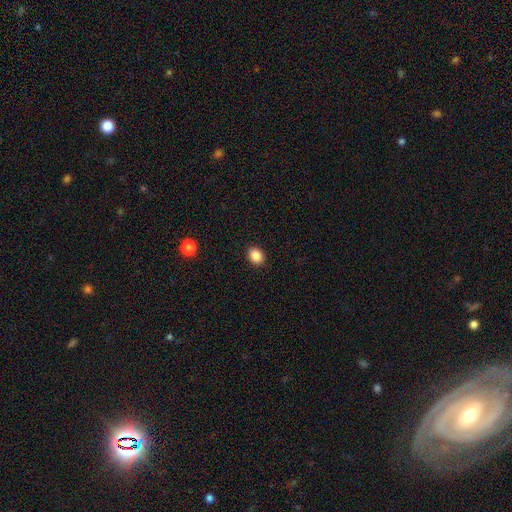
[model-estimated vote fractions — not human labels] This appears to be a smooth galaxy with no disk features (87%) that is round (50%). Merging: none (91%).